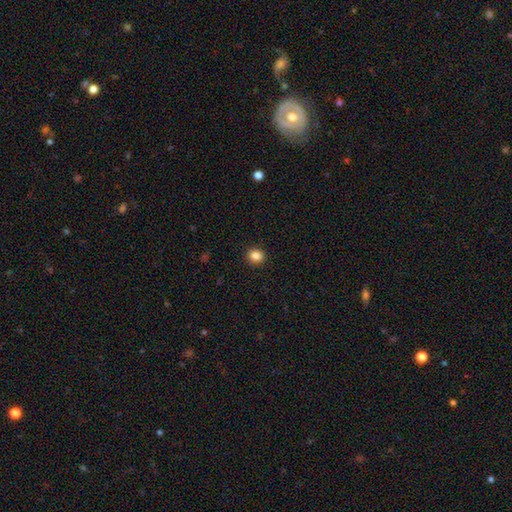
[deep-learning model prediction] smooth 85%, star or artifact 11%, featured or disk 4%. Down the decision tree: how rounded — round (79%); merging — none (92%).